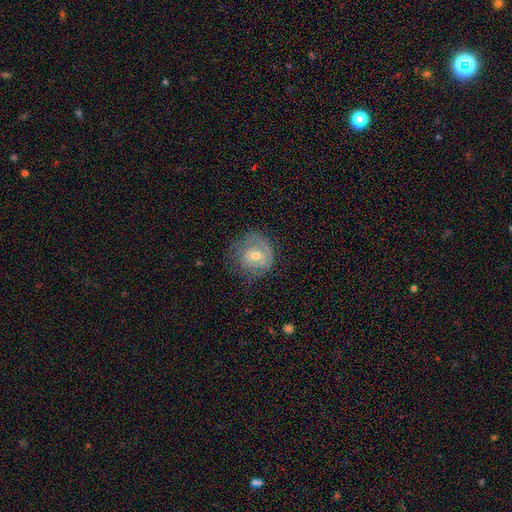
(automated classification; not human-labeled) Smooth or featured?
  - featured or disk: 58% *
  - smooth: 34%
  - star or artifact: 8%
Edge-on disk?
  - no: 96% *
  - yes: 4%
Bar?
  - no: 64% *
  - weak: 29%
  - strong: 6%
Spiral arms?
  - yes: 66% *
  - no: 34%
Bulge size?
  - moderate: 54% *
  - small: 42%
  - large: 2%
  - none: 1%
  - dominant: 1%
Merging?
  - none: 57% *
  - minor disturbance: 25%
  - major disturbance: 17%
  - merger: 2%